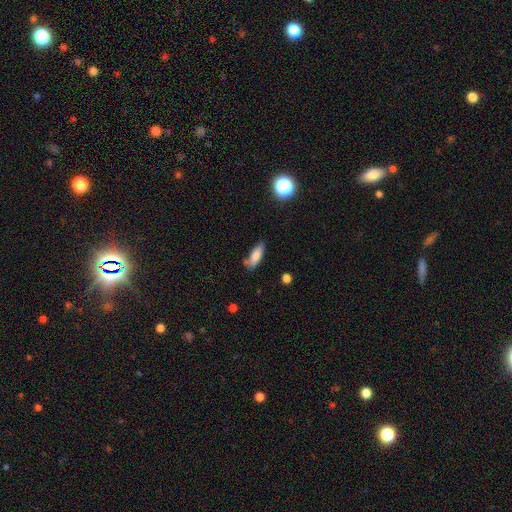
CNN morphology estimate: This appears to be a smooth galaxy with no disk features (80%) that is in between round and cigar-shaped (61%). Merging: none (68%).